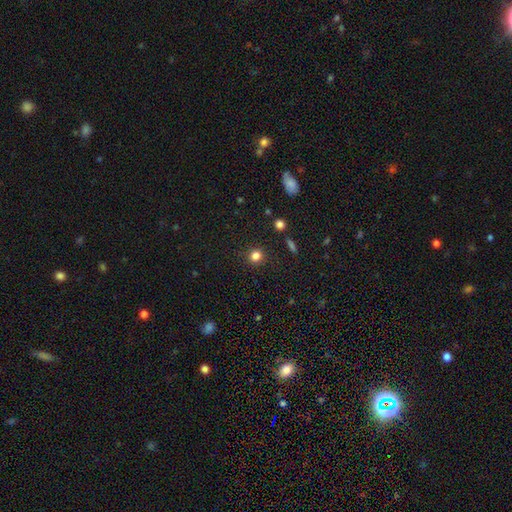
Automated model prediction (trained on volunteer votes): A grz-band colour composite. It shows a smooth galaxy with no disk features (81%) that is round (90%). Merging: none (90%).